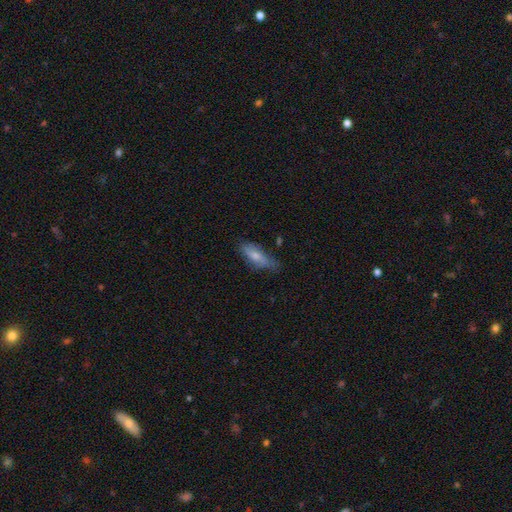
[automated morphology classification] Smooth or featured?
  - smooth: 69% *
  - featured or disk: 24%
  - star or artifact: 7%
How rounded?
  - in between: 65% *
  - cigar-shaped: 33%
  - round: 2%
Merging?
  - none: 60% *
  - minor disturbance: 30%
  - major disturbance: 7%
  - merger: 2%